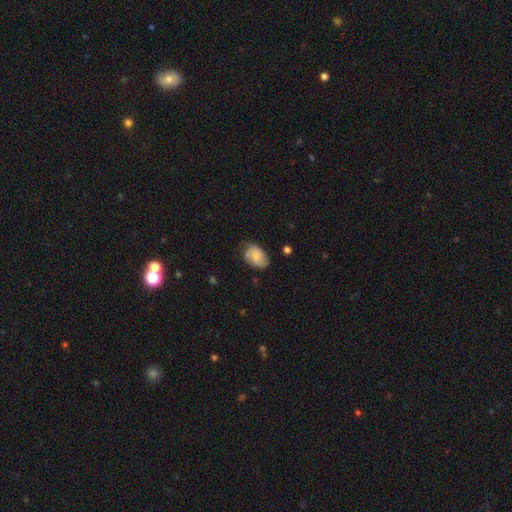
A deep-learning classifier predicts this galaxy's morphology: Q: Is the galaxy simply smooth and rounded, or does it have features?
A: smooth — 59%.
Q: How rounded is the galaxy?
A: in between — 79%.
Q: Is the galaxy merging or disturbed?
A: none — 65%.